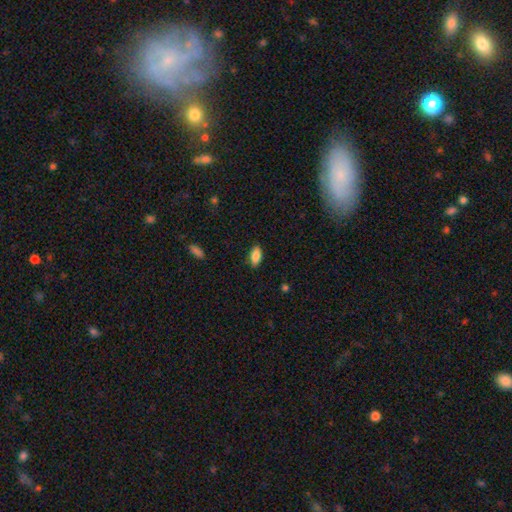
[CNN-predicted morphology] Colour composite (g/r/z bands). It shows a smooth galaxy with no disk features (86%) that is in between round and cigar-shaped (87%). Merging: none (86%).